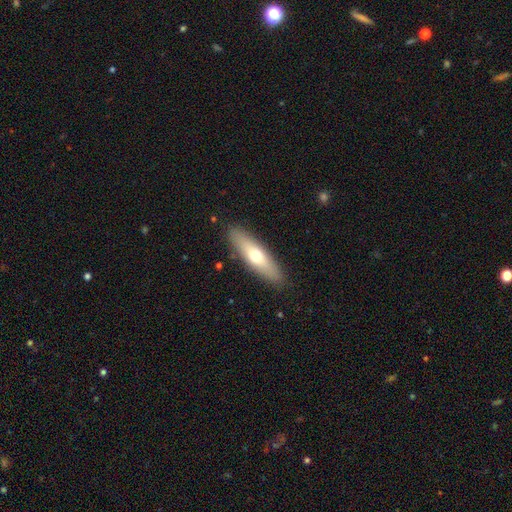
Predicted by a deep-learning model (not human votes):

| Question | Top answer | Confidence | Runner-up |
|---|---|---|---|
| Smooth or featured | smooth | 58% | featured or disk (36%) |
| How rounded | cigar-shaped | 61% | in between (37%) |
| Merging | none | 88% | minor disturbance (8%) |